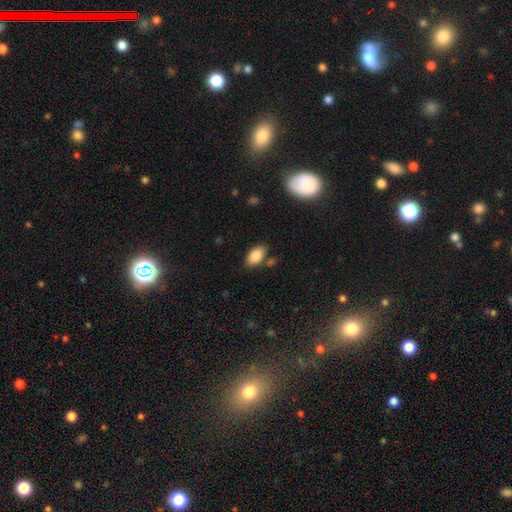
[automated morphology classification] A smooth galaxy with no disk features (85%) that is in between round and cigar-shaped (93%). Merging: none (77%).